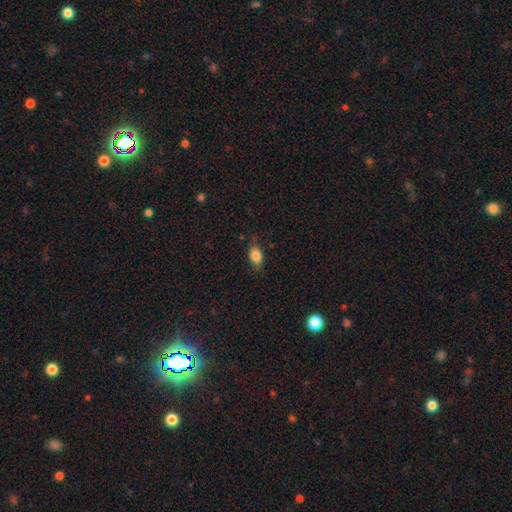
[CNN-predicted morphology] Overall: smooth (84%). How rounded: in between (83%). Merging: none (76%).